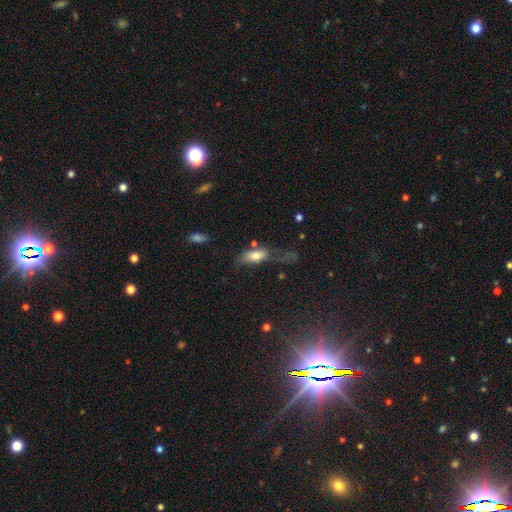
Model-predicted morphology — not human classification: Smooth or featured? Predicted: smooth (p=0.72). How rounded? Predicted: in between (p=0.84). Merging? Predicted: major disturbance (p=0.33).